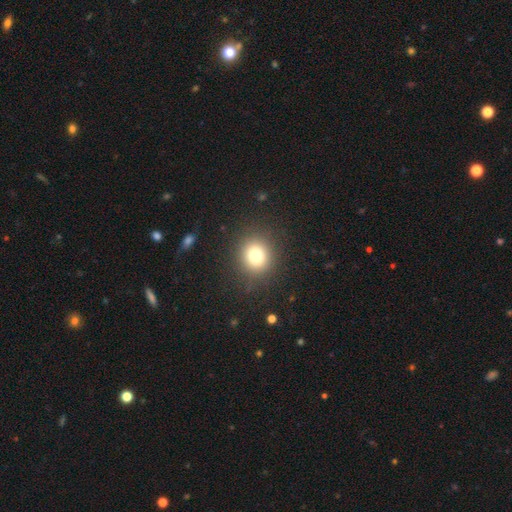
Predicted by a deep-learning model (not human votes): A smooth galaxy with no disk features (78%) that is round (82%).

Vote fractions:
- Smooth or featured? smooth: 78% / star or artifact: 13% / featured or disk: 9%
- How rounded? round: 82% / in between: 17% / cigar-shaped: 1%
- Merging? none: 88% / minor disturbance: 8% / major disturbance: 4% / merger: 1%